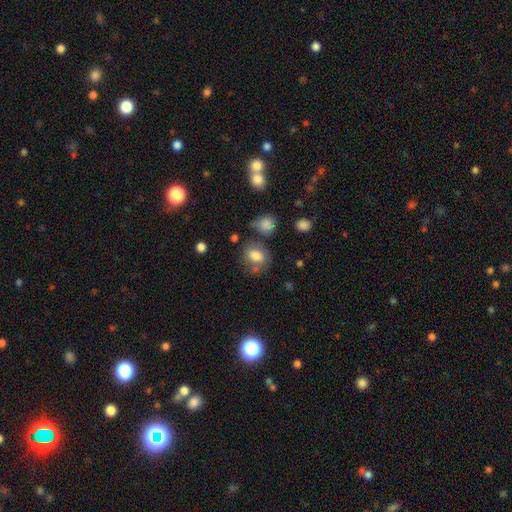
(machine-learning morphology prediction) Smooth or featured? smooth (76%)
How rounded? in between (54%)
Merging? none (59%)